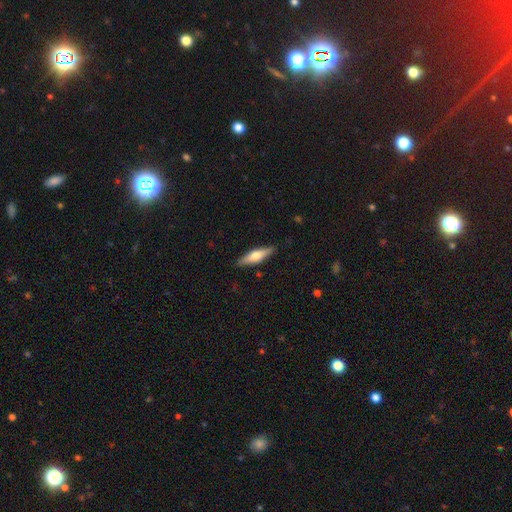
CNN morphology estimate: This is possibly a smooth galaxy (49%). Merging: clearly none (88%).